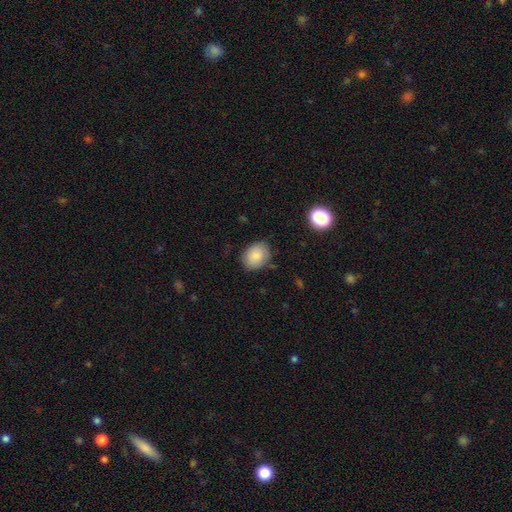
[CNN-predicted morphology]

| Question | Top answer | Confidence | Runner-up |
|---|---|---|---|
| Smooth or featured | smooth | 84% | star or artifact (8%) |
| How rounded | in between | 64% | round (35%) |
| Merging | none | 78% | minor disturbance (17%) |